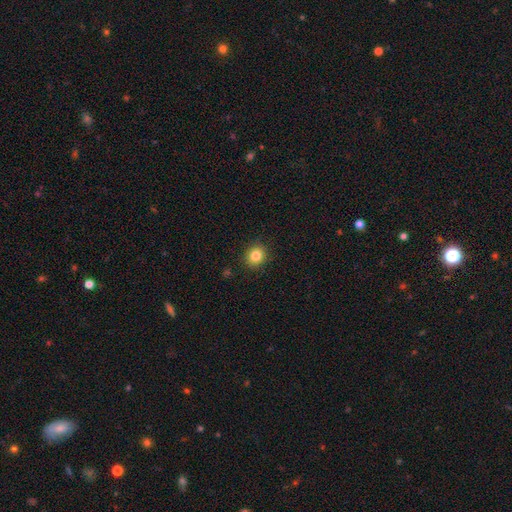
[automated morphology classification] Smooth or featured? Predicted: smooth (p=0.83). How rounded? Predicted: round (p=0.79). Merging? Predicted: none (p=0.90).